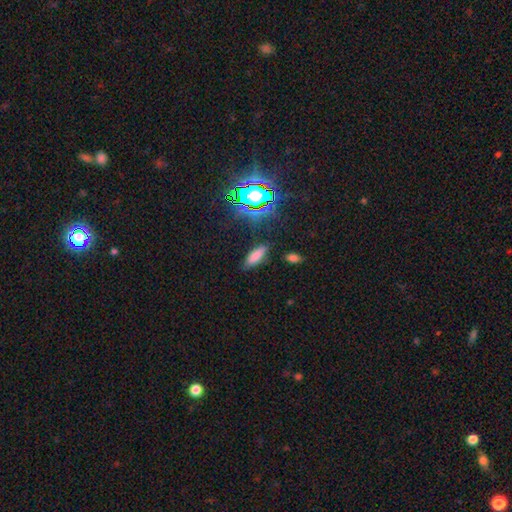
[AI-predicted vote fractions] Smooth or featured? smooth (73%)
How rounded? in between (63%)
Merging? none (79%)